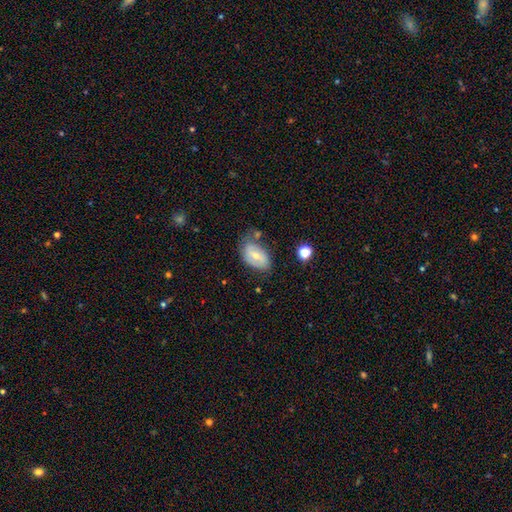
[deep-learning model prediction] Morphology: type=smooth (54%); roundness=in between (90%); merging=none (55%).